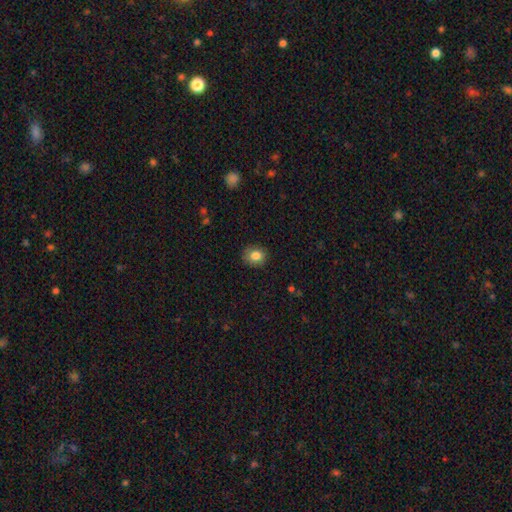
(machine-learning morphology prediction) type=smooth (82%); roundness=round (67%); merging=none (86%).